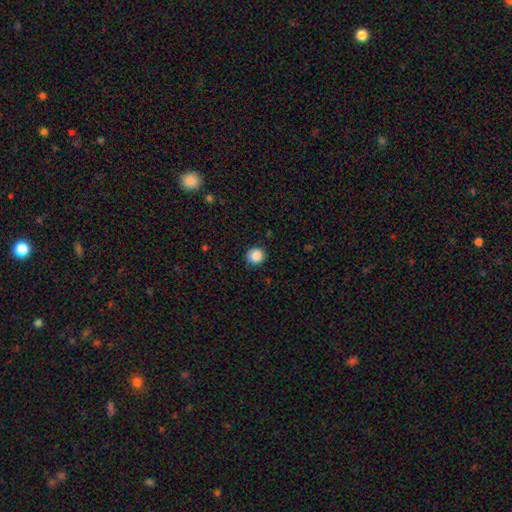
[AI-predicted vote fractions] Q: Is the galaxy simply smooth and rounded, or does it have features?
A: smooth — 87%.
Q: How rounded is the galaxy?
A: round — 92%.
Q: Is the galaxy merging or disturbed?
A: none — 86%.